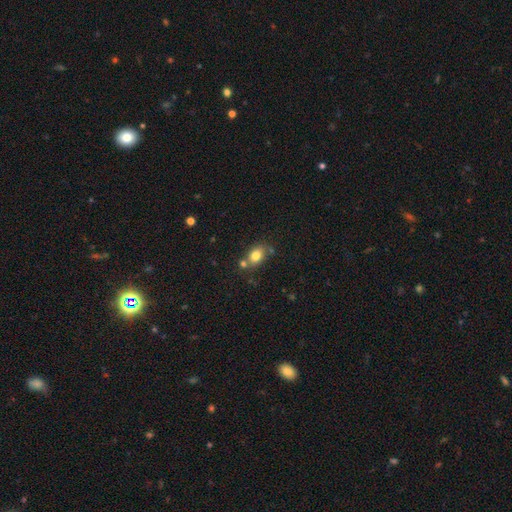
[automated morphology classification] Smooth or featured? smooth (79%)
How rounded? in between (67%)
Merging? none (63%)